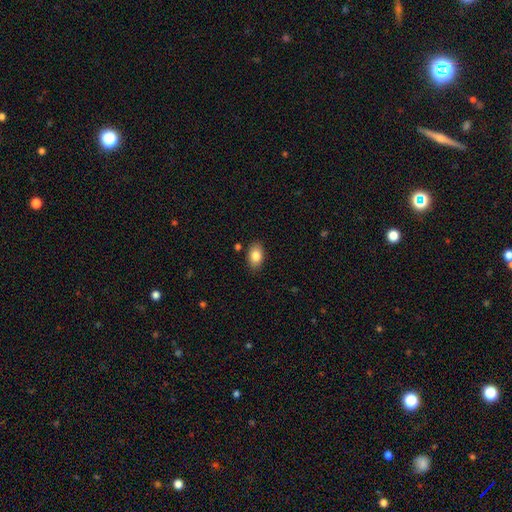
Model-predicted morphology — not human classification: Q: Smooth or featured?
A: smooth (83%); runner-up: featured or disk (9%)
Q: How rounded?
A: in between (89%); runner-up: round (9%)
Q: Merging?
A: none (85%); runner-up: minor disturbance (10%)